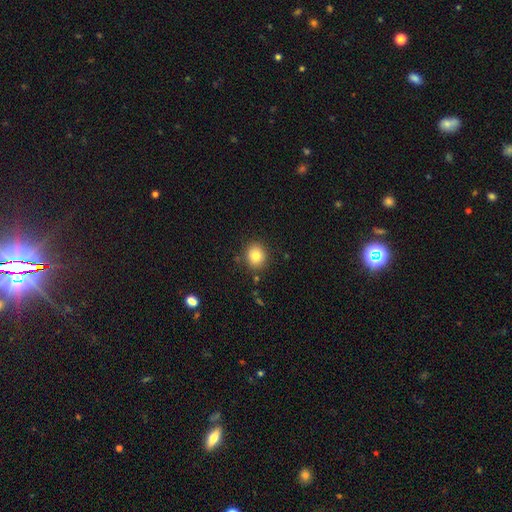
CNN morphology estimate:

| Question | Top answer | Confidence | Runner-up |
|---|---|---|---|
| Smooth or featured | smooth | 82% | star or artifact (10%) |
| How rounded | round | 76% | in between (23%) |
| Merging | none | 87% | minor disturbance (9%) |